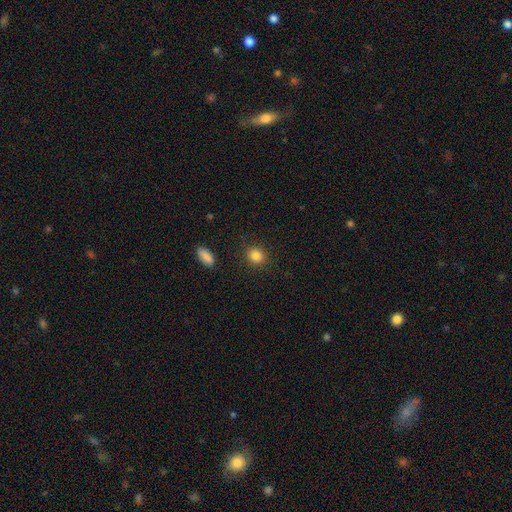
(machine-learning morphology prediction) type=smooth (85%); roundness=round (80%); merging=none (87%).